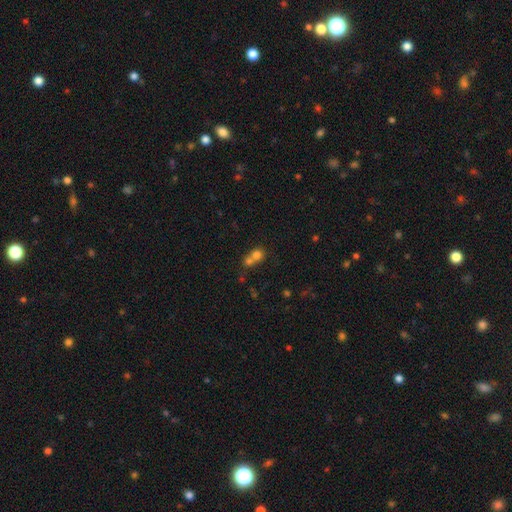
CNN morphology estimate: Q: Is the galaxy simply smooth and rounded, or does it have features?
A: smooth — 72%.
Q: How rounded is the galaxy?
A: round — 82%.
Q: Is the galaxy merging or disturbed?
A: merger — 60%.